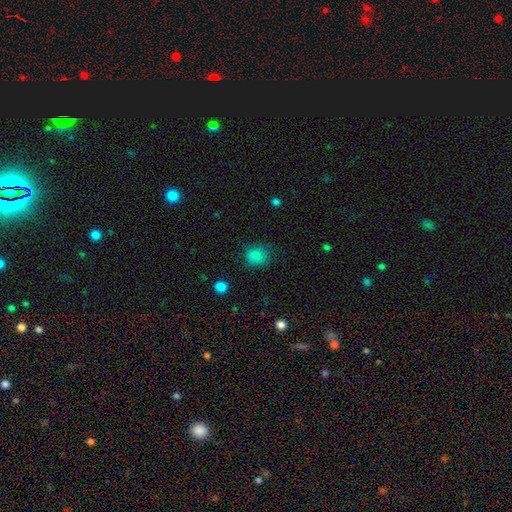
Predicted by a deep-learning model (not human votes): The model was most divided on "how rounded": round: 76%, in between: 23%, cigar-shaped: 1%. More confident: smooth or featured — smooth (83%); merging — none (74%).